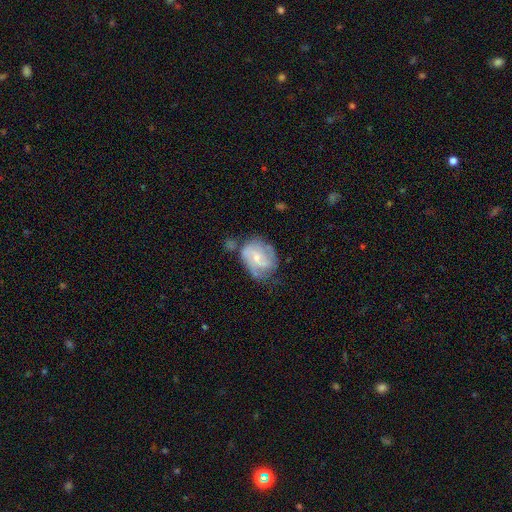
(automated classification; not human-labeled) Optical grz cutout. It shows a featured or disk galaxy (74%) with no bar (46%), 2 (48%) medium (45%) spiral arms (88%) and a small central bulge (59%). Merging: none (48%).